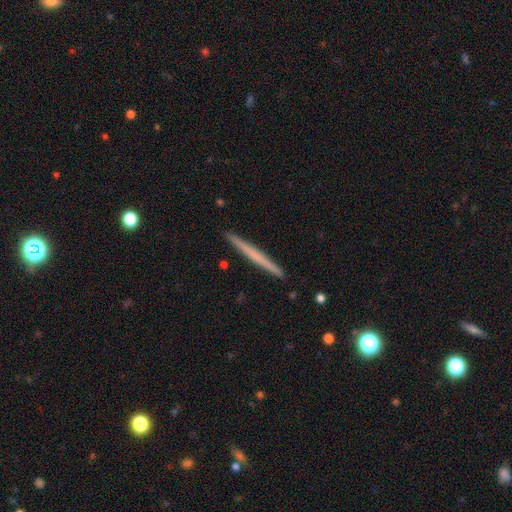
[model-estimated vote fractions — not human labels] A smooth galaxy with no disk features (52%) that is cigar-shaped (97%).

Vote fractions:
- Smooth or featured? smooth: 52% / featured or disk: 43% / star or artifact: 6%
- How rounded? cigar-shaped: 97% / in between: 1% / round: 1%
- Merging? none: 93% / minor disturbance: 5% / major disturbance: 1% / merger: 1%